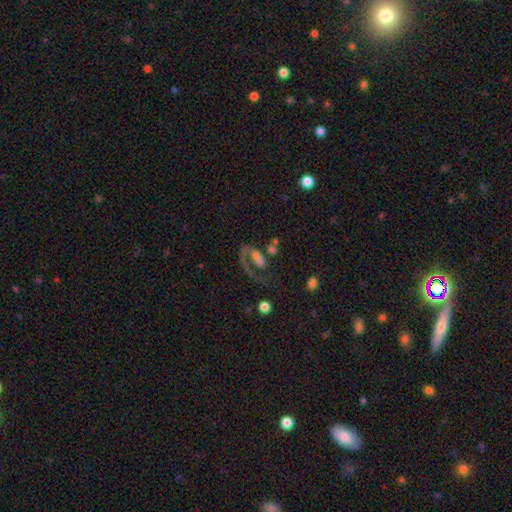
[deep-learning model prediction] Q: Smooth or featured?
A: featured or disk (57%); runner-up: smooth (30%)
Q: Edge-on disk?
A: no (95%); runner-up: yes (5%)
Q: Bar?
A: no (66%); runner-up: weak (21%)
Q: Spiral arms?
A: yes (63%); runner-up: no (37%)
Q: Bulge size?
A: none (43%); runner-up: moderate (21%)
Q: Merging?
A: major disturbance (39%); runner-up: none (35%)